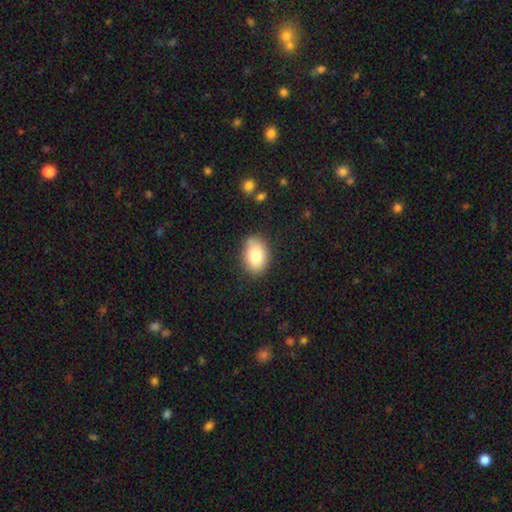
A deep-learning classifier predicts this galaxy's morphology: Smooth or featured?
  - smooth: 79% *
  - featured or disk: 13%
  - star or artifact: 8%
How rounded?
  - in between: 76% *
  - round: 23%
  - cigar-shaped: 1%
Merging?
  - none: 82% *
  - minor disturbance: 14%
  - major disturbance: 3%
  - merger: 2%